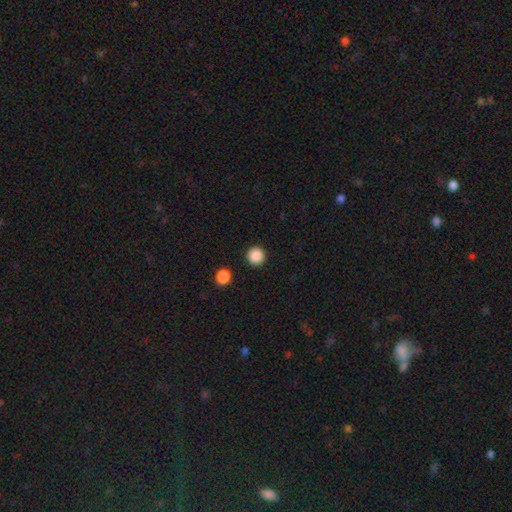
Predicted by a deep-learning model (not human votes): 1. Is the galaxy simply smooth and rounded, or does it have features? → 88% smooth, 10% star or artifact, 2% featured or disk.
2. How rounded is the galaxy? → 95% round, 4% in between, 1% cigar-shaped.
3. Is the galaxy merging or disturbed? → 92% none, 4% minor disturbance, 2% major disturbance, 1% merger.